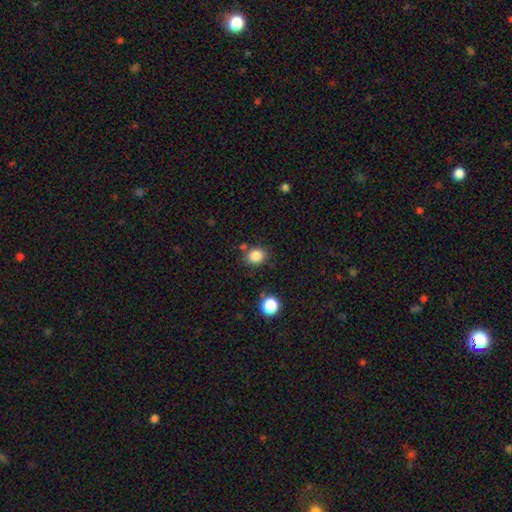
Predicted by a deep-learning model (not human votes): A smooth galaxy with no disk features (84%) that is round (66%). Merging: none (77%).